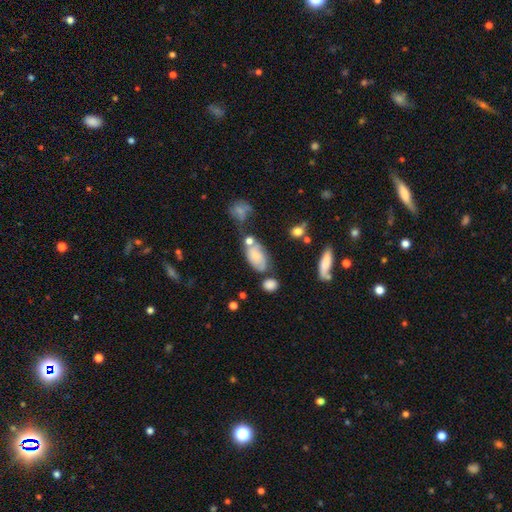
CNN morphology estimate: smooth_or_featured: smooth (p=0.60) [alt: featured or disk p=0.31]
how_rounded: in between (p=0.90) [alt: round p=0.06]
merging: none (p=0.43) [alt: merger p=0.24]